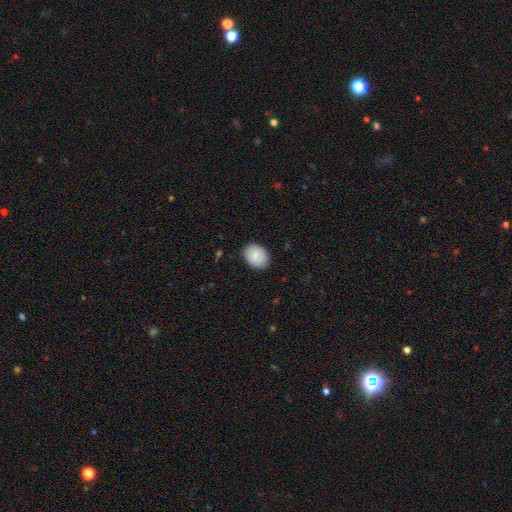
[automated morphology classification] smooth 85%, featured or disk 9%, star or artifact 6%. Down the decision tree: how rounded — in between (67%); merging — none (85%).